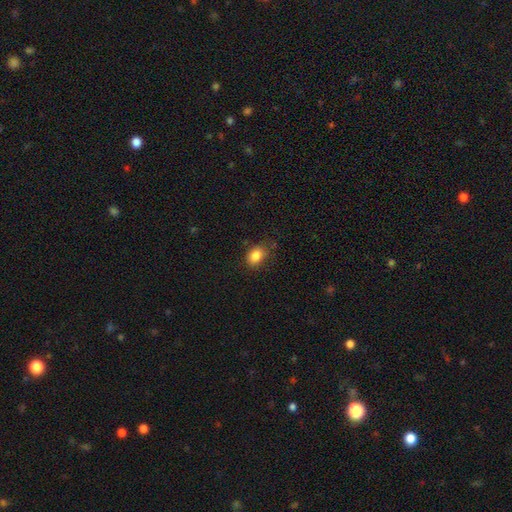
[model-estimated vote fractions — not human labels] Smooth or featured? Predicted: smooth (p=0.85). How rounded? Predicted: in between (p=0.68). Merging? Predicted: none (p=0.74).